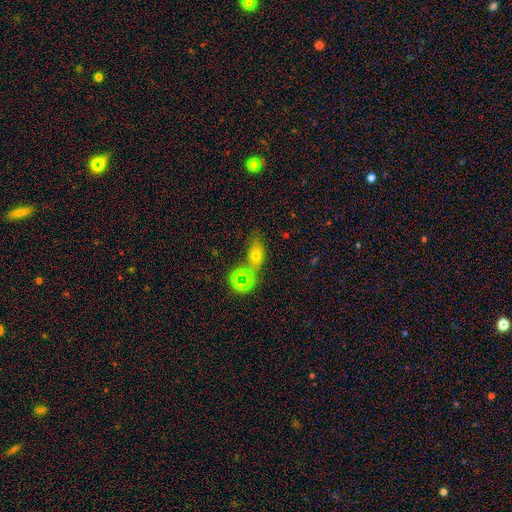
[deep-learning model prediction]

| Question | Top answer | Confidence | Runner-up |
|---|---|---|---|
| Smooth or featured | smooth | 61% | star or artifact (24%) |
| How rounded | in between | 70% | round (23%) |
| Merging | none | 56% | merger (24%) |